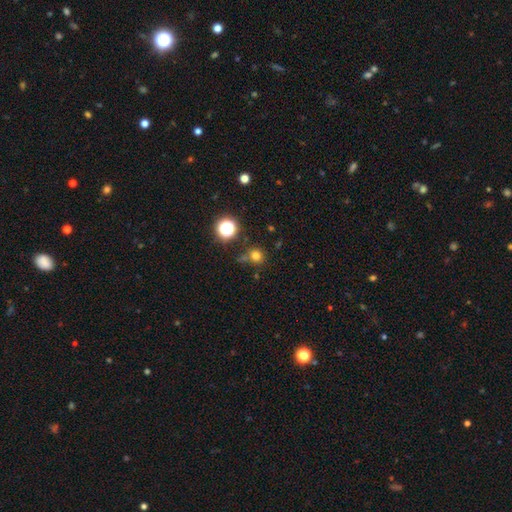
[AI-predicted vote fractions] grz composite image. It shows a smooth galaxy with no disk features (73%) that is round (90%). Merging: none (71%).